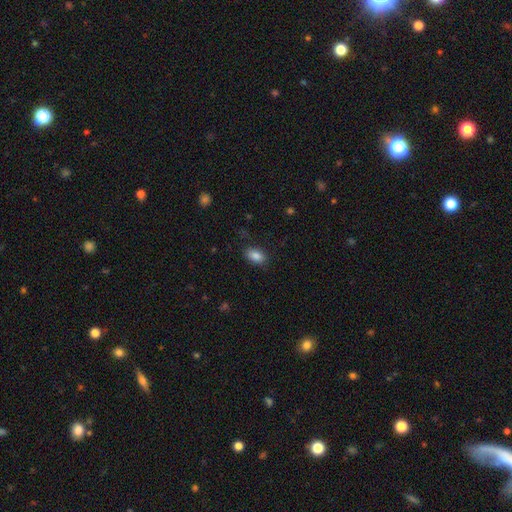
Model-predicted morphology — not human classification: Smooth or featured: smooth — 86% (star or artifact — 8%)
How rounded: in between — 89% (round — 8%)
Merging: none — 83% (minor disturbance — 12%)